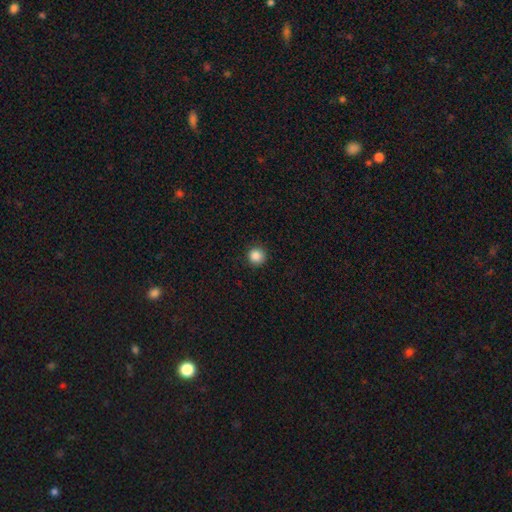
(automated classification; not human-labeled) Overall: smooth (86%). How rounded: round (95%). Merging: none (91%).